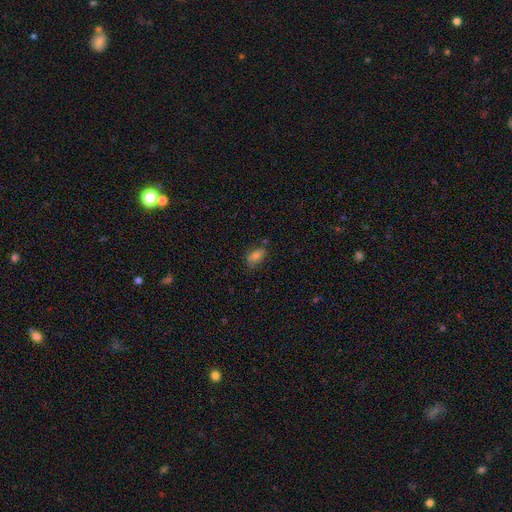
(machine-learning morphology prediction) Smooth or featured? smooth (77%)
How rounded? in between (86%)
Merging? none (71%)